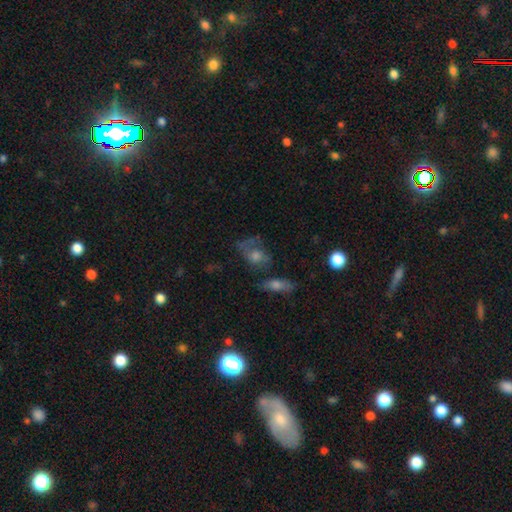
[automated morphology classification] This appears to be a smooth galaxy with no disk features (47%). Merging: none (43%).